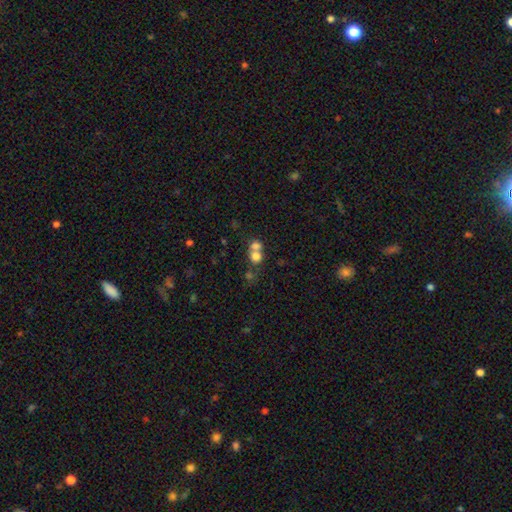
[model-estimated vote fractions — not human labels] Overall: smooth (74%). How rounded: round (78%). Merging: merger (60%; none 31%).